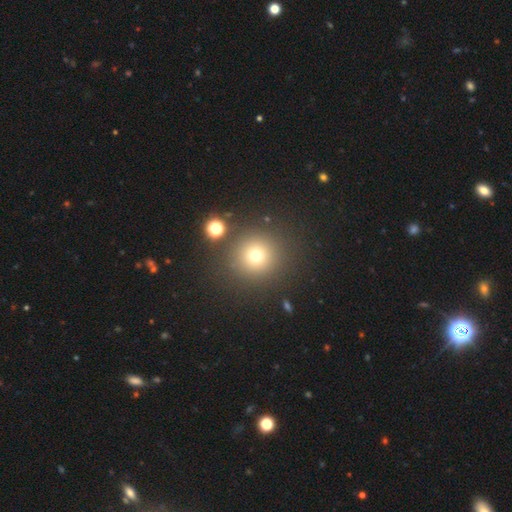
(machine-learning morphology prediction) A smooth galaxy with no disk features (71%) that is round (94%).

Vote fractions:
- Smooth or featured? smooth: 71% / star or artifact: 20% / featured or disk: 9%
- How rounded? round: 94% / in between: 5% / cigar-shaped: 1%
- Merging? none: 87% / minor disturbance: 6% / merger: 4% / major disturbance: 4%